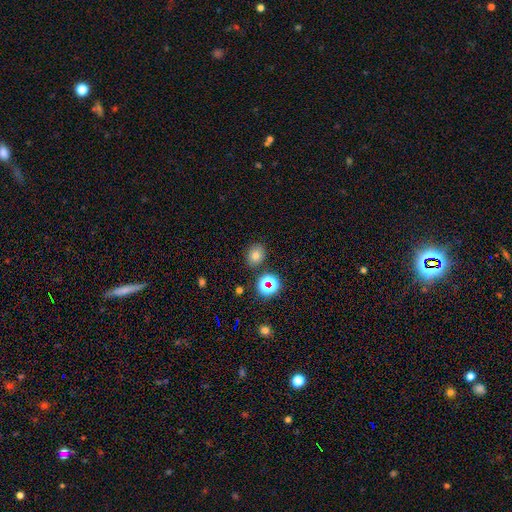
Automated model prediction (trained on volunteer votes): This appears to be a smooth galaxy with no disk features (69%) that is round (58%). Merging: none (83%).